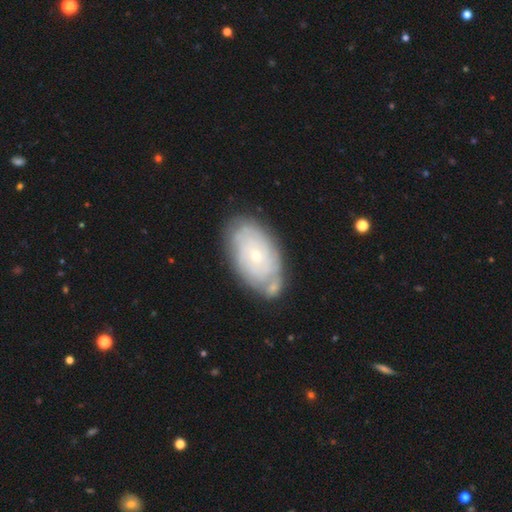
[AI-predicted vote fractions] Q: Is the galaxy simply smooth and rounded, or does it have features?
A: featured or disk — 63%.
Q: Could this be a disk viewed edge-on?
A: no — 94%.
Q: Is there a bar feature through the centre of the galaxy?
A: no — 81%.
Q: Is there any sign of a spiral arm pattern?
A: yes — 72%.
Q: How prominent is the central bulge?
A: small — 67%.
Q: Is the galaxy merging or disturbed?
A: none — 62%.